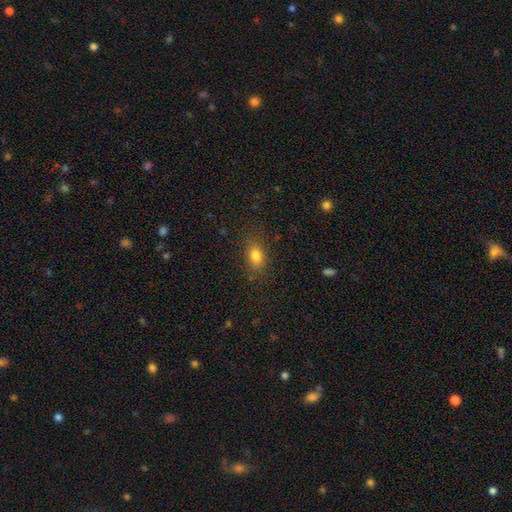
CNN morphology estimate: smooth 82%, star or artifact 11%, featured or disk 7%. Down the decision tree: how rounded — in between (73%); merging — none (81%).